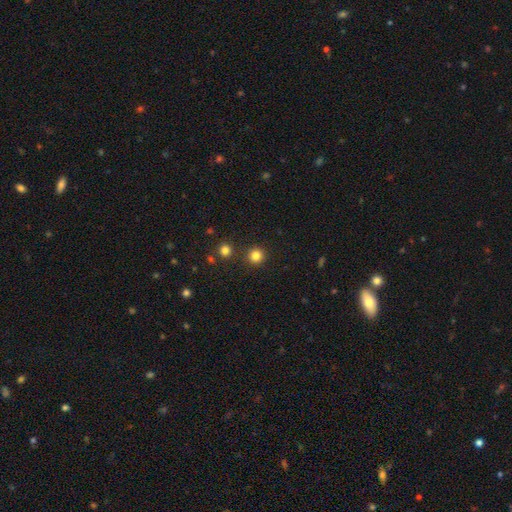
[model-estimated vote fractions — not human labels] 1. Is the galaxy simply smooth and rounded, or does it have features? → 83% smooth, 13% star or artifact, 4% featured or disk.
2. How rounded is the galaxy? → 94% round, 5% in between, 1% cigar-shaped.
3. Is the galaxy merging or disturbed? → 90% none, 5% minor disturbance, 3% merger, 2% major disturbance.